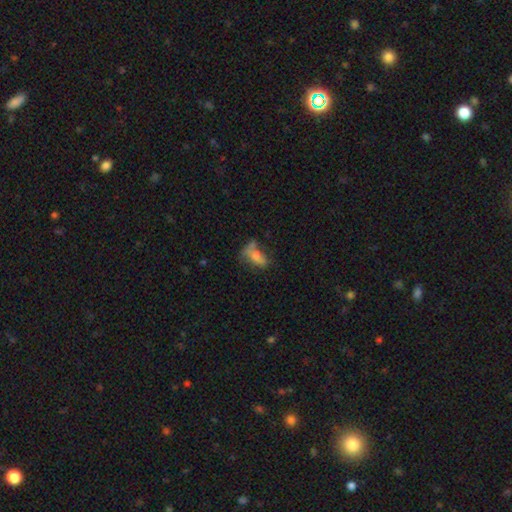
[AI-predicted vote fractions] Smooth or featured?
  - smooth: 59% *
  - featured or disk: 26%
  - star or artifact: 15%
How rounded?
  - in between: 80% *
  - cigar-shaped: 11%
  - round: 9%
Merging?
  - none: 35% *
  - minor disturbance: 23%
  - major disturbance: 21%
  - merger: 21%